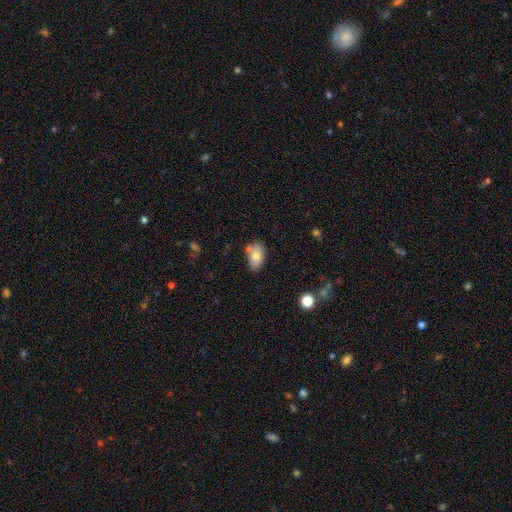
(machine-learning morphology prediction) type=smooth (78%); roundness=in between (92%); merging=none (62%).